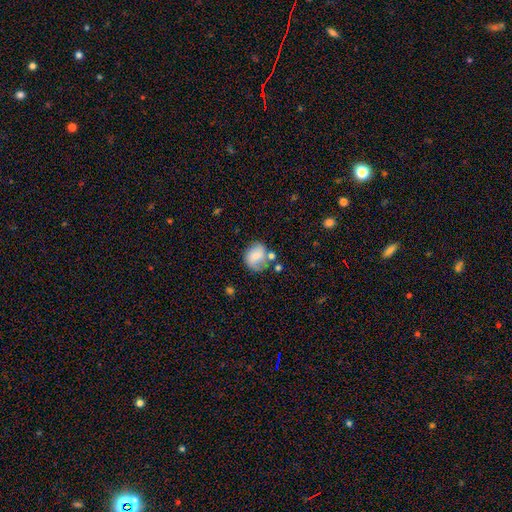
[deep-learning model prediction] smooth_or_featured: smooth (p=0.63) [alt: featured or disk p=0.28]
how_rounded: round (p=0.67) [alt: in between p=0.32]
merging: none (p=0.57) [alt: minor disturbance p=0.22]